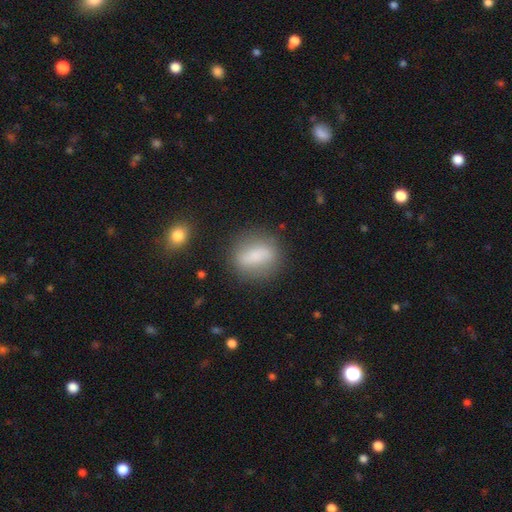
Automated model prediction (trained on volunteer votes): Q: Smooth or featured?
A: smooth (69%); runner-up: featured or disk (23%)
Q: How rounded?
A: in between (51%); runner-up: round (41%)
Q: Merging?
A: none (77%); runner-up: minor disturbance (14%)